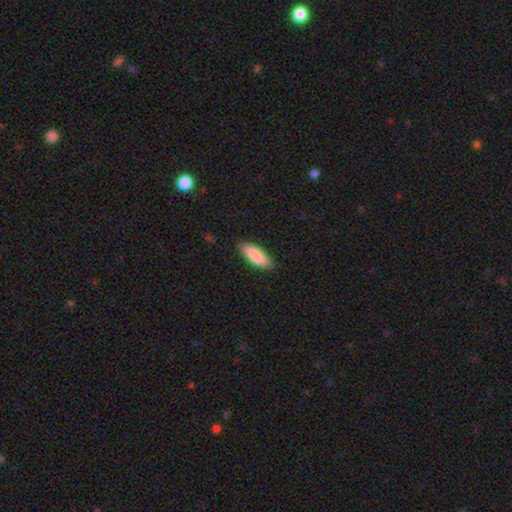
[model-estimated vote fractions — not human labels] This is clearly a smooth galaxy (88%). How rounded: likely in between (73%). Merging: clearly none (85%).